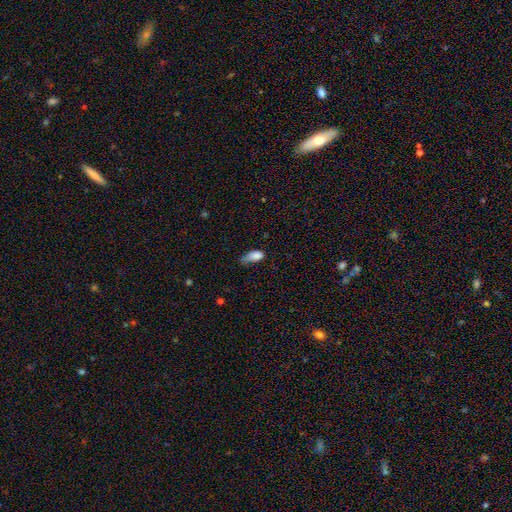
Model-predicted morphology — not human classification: A smooth galaxy with no disk features (83%) that is in between round and cigar-shaped (88%). Merging: minor disturbance (47%).